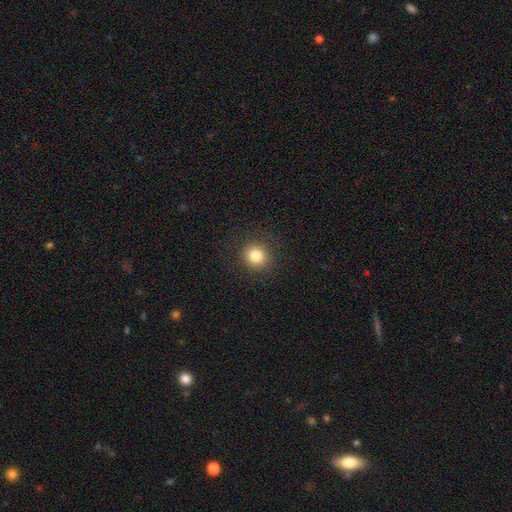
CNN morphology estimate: smooth 82%, star or artifact 11%, featured or disk 6%. Down the decision tree: how rounded — round (91%); merging — none (90%).